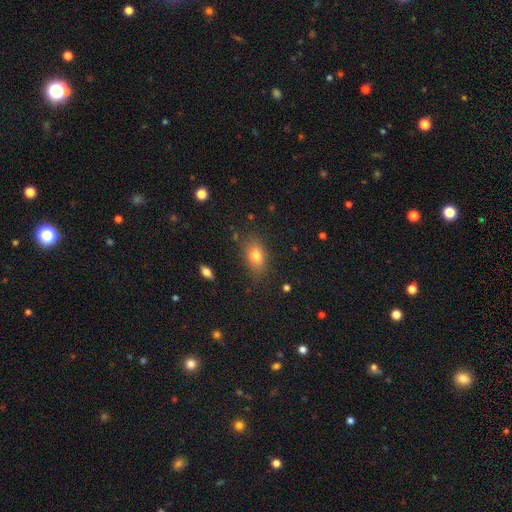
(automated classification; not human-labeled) A smooth galaxy with no disk features (77%) that is in between round and cigar-shaped (82%). Merging: none (77%).